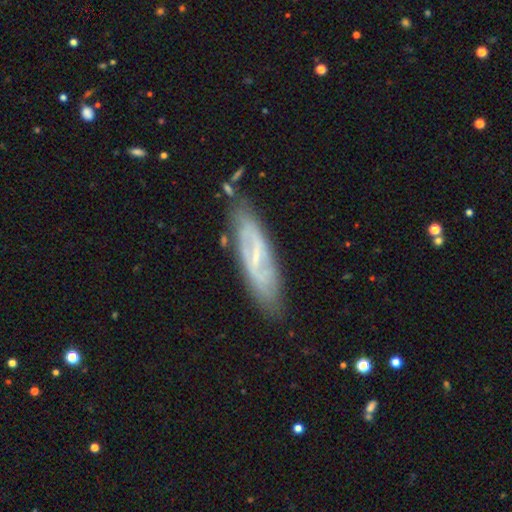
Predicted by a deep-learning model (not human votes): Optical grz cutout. It shows a featured or disk galaxy (72%) with a strong bar (42%), spiral arms (81%) and a small central bulge (67%). Merging: none (77%).